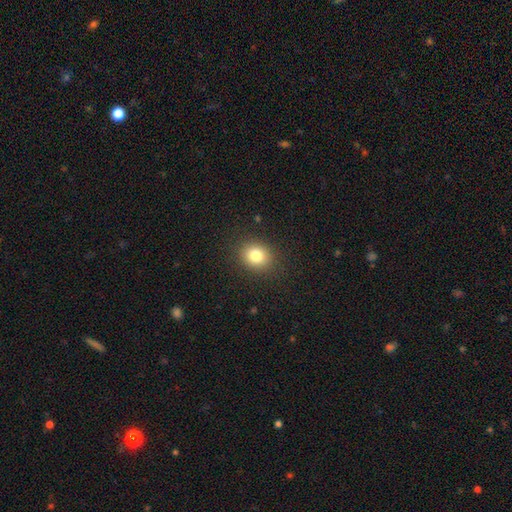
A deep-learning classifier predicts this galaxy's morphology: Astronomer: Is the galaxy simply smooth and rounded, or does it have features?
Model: smooth — 81%.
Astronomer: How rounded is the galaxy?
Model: round — 66%.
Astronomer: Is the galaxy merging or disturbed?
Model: none — 88%.